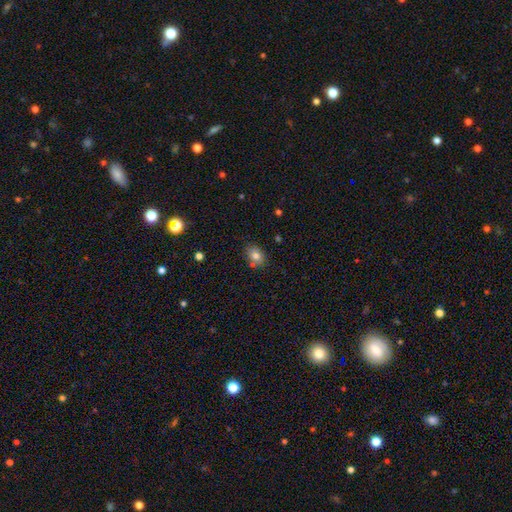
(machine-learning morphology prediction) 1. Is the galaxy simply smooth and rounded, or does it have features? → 79% smooth, 11% star or artifact, 10% featured or disk.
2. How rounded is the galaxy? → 61% in between, 37% round, 1% cigar-shaped.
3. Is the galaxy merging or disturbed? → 74% none, 15% minor disturbance, 8% merger, 3% major disturbance.